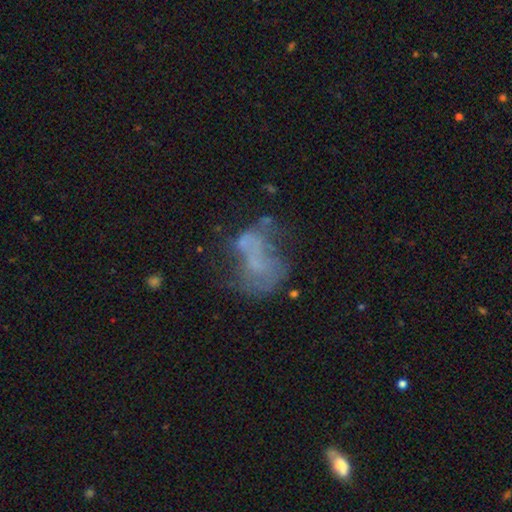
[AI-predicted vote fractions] smooth-or-featured: featured or disk: 54% | smooth: 27% | star or artifact: 20%
  disk-edge-on: no: 97% | yes: 3%
    bar: no: 83% | weak: 12% | strong: 4%
    has-spiral-arms: no: 80% | yes: 20%
    bulge-size: none: 72% | small: 18% | moderate: 7% | large: 2% | dominant: 1%
  merging: none: 36% | major disturbance: 31% | minor disturbance: 19% | merger: 14%